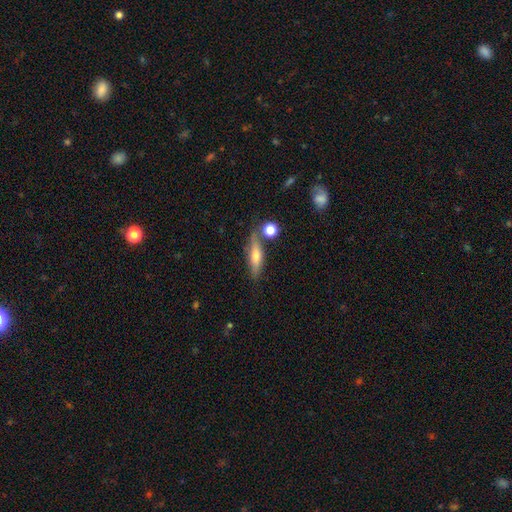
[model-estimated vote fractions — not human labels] A featured or disk galaxy (46%, tied with smooth). Merging: none (73%).